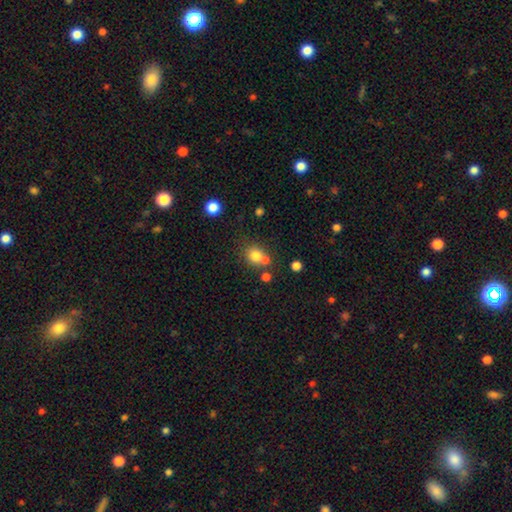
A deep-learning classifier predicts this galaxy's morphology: The model was most divided on "merging": none: 53%, merger: 34%, minor disturbance: 9%, major disturbance: 4%. More confident: how rounded — round (82%); smooth or featured — smooth (77%).